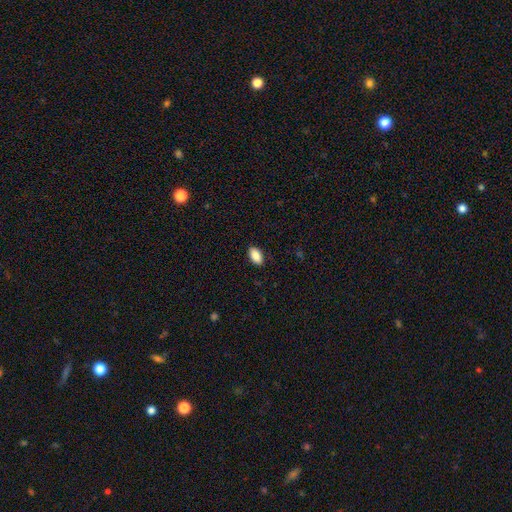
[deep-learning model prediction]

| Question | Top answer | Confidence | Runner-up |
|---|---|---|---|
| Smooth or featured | smooth | 88% | star or artifact (7%) |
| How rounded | in between | 93% | round (4%) |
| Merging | none | 88% | minor disturbance (9%) |